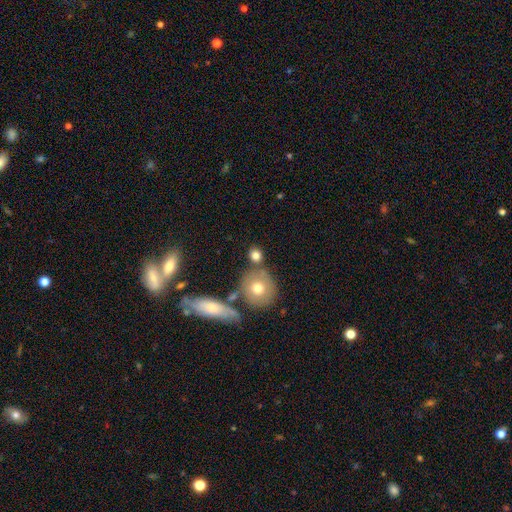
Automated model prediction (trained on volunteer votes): A smooth galaxy with no disk features (76%) that is round (81%). Merging: none (69%).